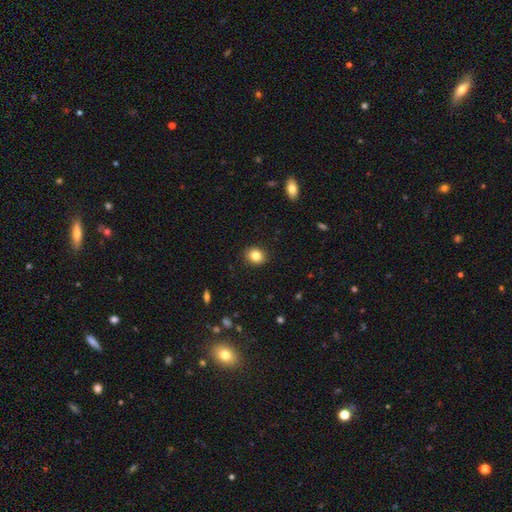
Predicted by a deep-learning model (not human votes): A smooth galaxy with no disk features (83%) that is round (63%).

Vote fractions:
- Smooth or featured? smooth: 83% / star or artifact: 10% / featured or disk: 6%
- How rounded? round: 63% / in between: 36% / cigar-shaped: 1%
- Merging? none: 91% / minor disturbance: 7% / major disturbance: 2% / merger: 1%